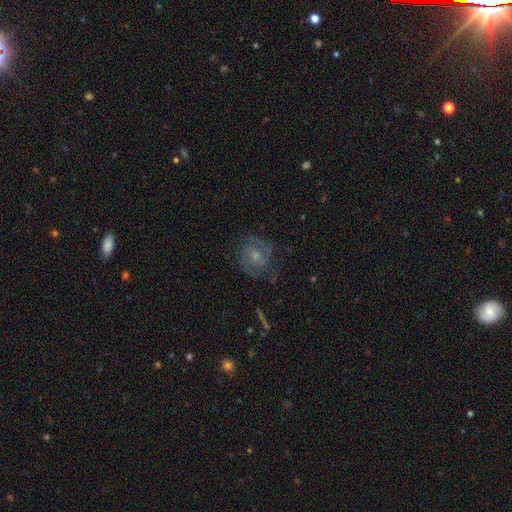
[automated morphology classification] Smooth or featured? featured or disk (73%)
Edge-on disk? no (97%)
Bar? no (58%)
Spiral arms? yes (90%)
Spiral winding? medium (44%, tied with tight)
Spiral arm count? 2 (67%)
Bulge size? moderate (49%)
Merging? none (71%)